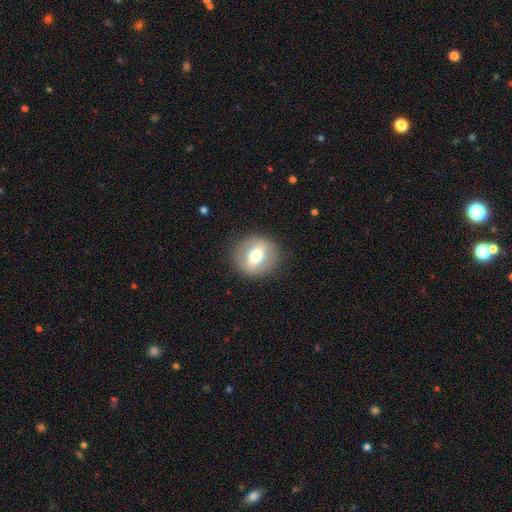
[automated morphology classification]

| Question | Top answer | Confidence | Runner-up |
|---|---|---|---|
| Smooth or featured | smooth | 52% | featured or disk (40%) |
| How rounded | round | 81% | in between (17%) |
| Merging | none | 87% | minor disturbance (8%) |